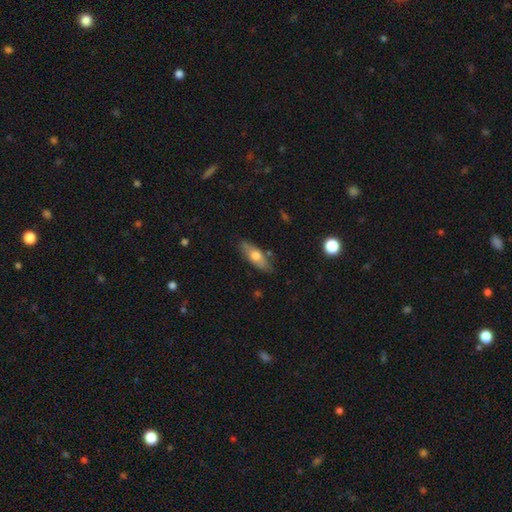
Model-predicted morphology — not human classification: smooth 62%, featured or disk 31%, star or artifact 6%. Down the decision tree: how rounded — in between (66%); merging — none (79%).